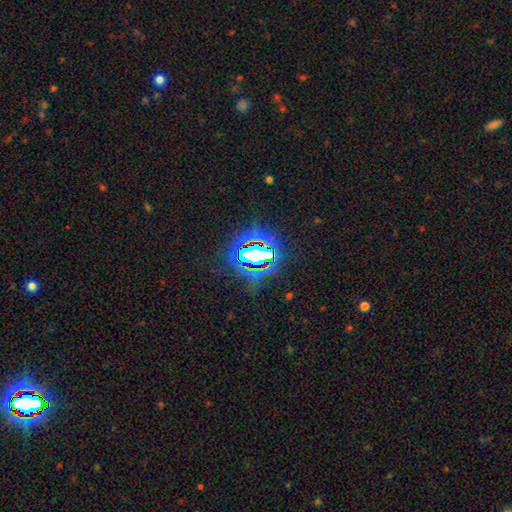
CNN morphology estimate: Smooth or featured? star or artifact (74%)